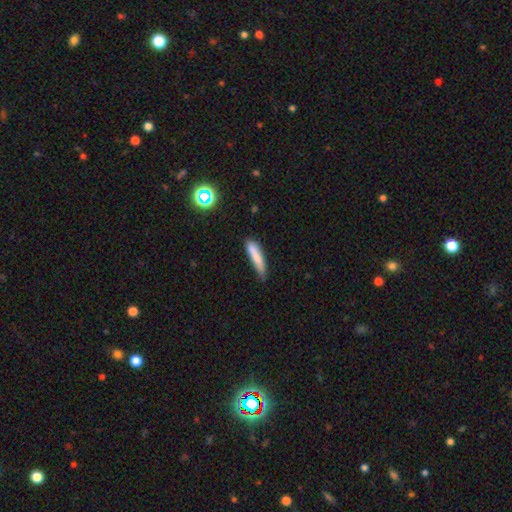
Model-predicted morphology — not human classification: This appears to be a smooth galaxy with no disk features (76%) that is cigar-shaped (84%). Merging: none (57%).